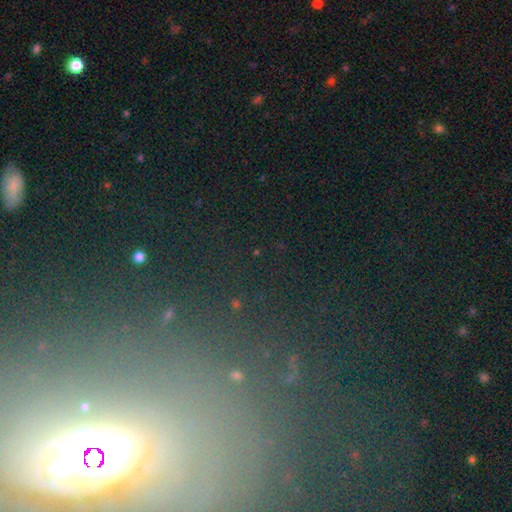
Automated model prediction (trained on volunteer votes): A star or artifact, not a galaxy (66%).

Vote fractions:
- Smooth or featured? star or artifact: 66% / smooth: 18% / featured or disk: 16%